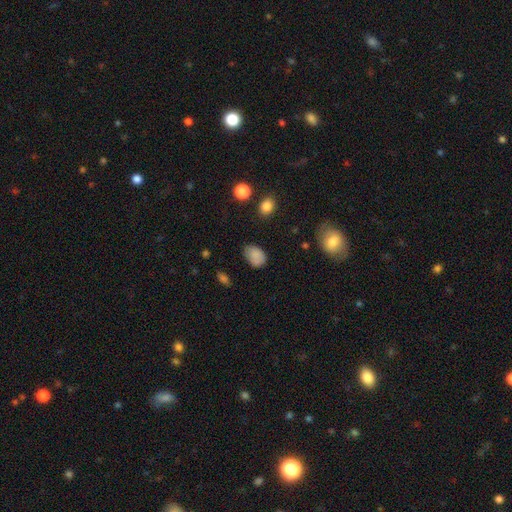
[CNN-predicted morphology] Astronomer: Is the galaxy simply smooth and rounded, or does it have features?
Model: smooth — 85%.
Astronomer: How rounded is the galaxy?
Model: in between — 81%.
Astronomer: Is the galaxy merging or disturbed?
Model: none — 67%.